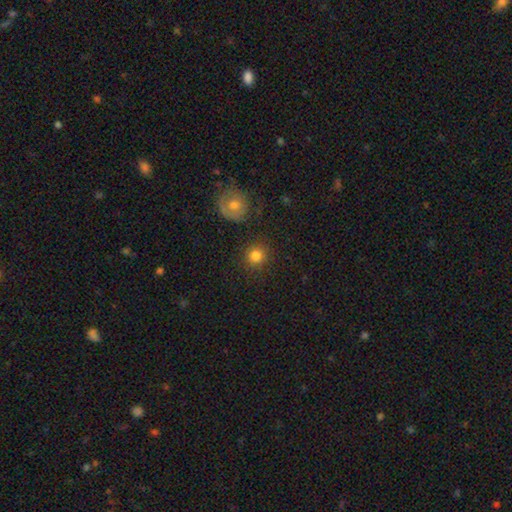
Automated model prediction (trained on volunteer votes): Q: Smooth or featured?
A: smooth (82%); runner-up: star or artifact (11%)
Q: How rounded?
A: round (93%); runner-up: in between (6%)
Q: Merging?
A: none (88%); runner-up: minor disturbance (7%)